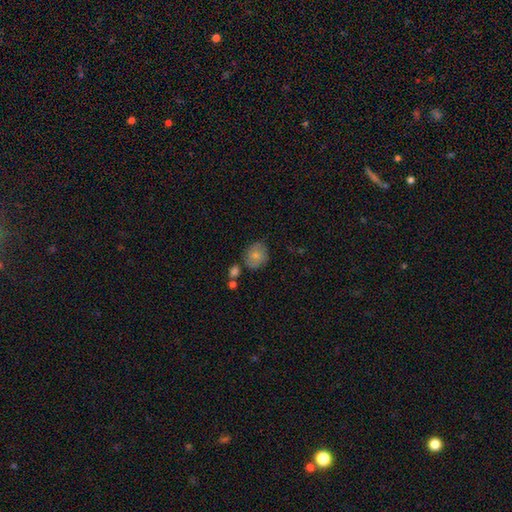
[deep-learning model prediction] Q: Smooth or featured?
A: smooth (76%); runner-up: featured or disk (17%)
Q: How rounded?
A: round (57%); runner-up: in between (42%)
Q: Merging?
A: none (64%); runner-up: minor disturbance (22%)